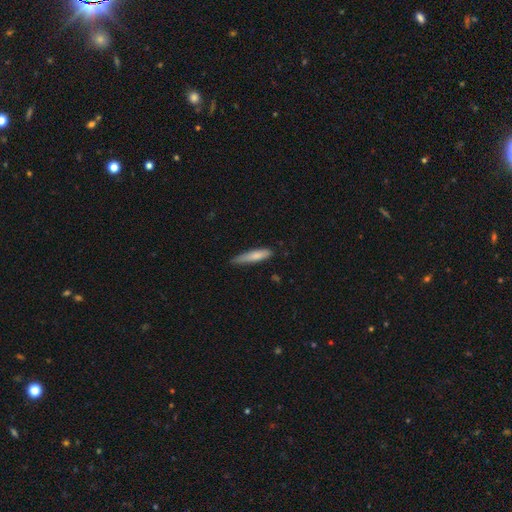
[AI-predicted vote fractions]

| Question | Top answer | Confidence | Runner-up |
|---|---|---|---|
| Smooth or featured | smooth | 78% | featured or disk (16%) |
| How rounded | cigar-shaped | 84% | in between (14%) |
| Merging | none | 66% | minor disturbance (28%) |